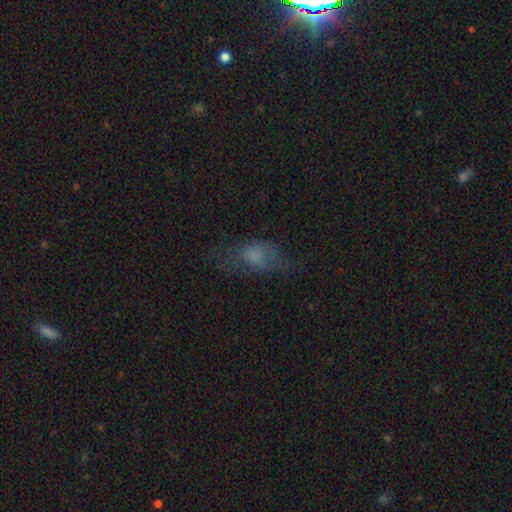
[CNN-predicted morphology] This is possibly a smooth galaxy (56%). How rounded: likely in between (79%). Merging: possibly none (46%).